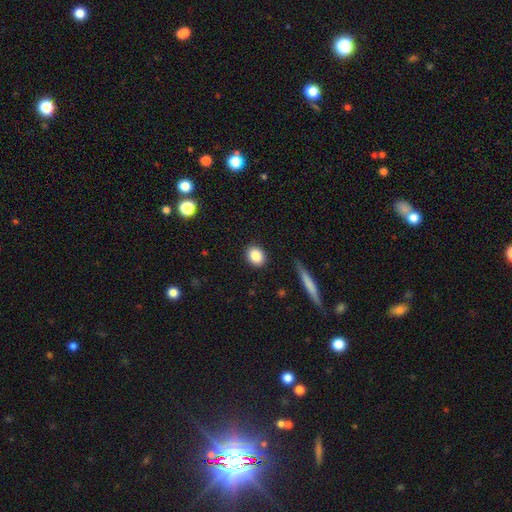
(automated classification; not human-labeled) This is clearly a smooth galaxy (86%). How rounded: possibly round (59%). Merging: clearly none (89%).